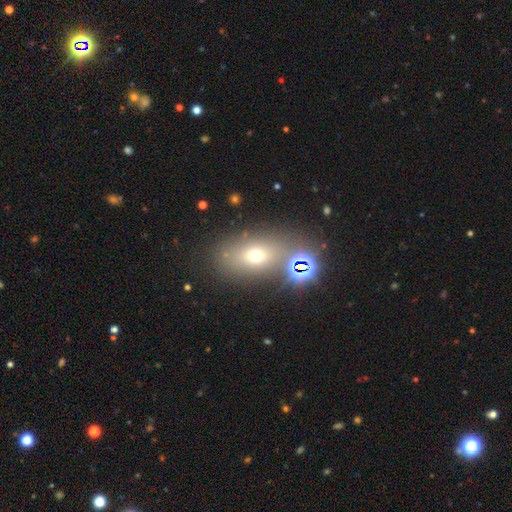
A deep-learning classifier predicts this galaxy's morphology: type=smooth (62%); roundness=in between (71%); merging=none (70%).